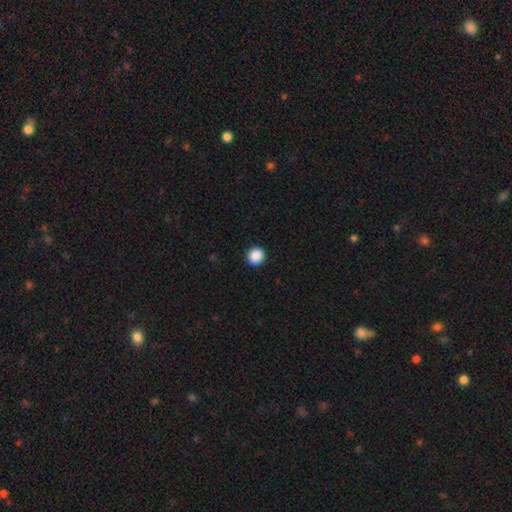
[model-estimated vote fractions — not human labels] smooth-or-featured: smooth: 89% | star or artifact: 8% | featured or disk: 2%
  how-rounded: round: 86% | in between: 14% | cigar-shaped: 1%
  merging: none: 92% | minor disturbance: 5% | major disturbance: 2% | merger: 1%